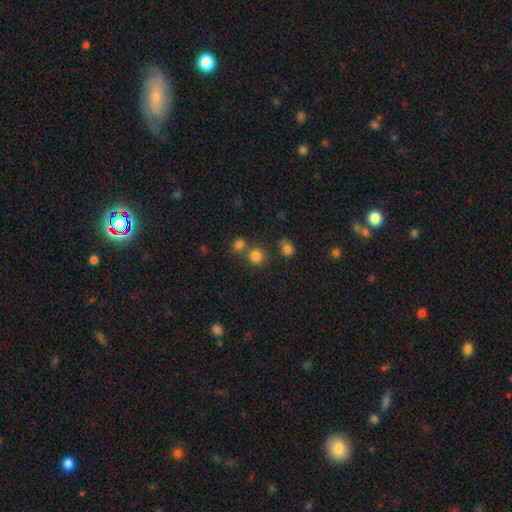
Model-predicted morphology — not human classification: Smooth or featured: smooth — 79% (star or artifact — 15%)
How rounded: round — 87% (in between — 12%)
Merging: none — 66% (merger — 23%)